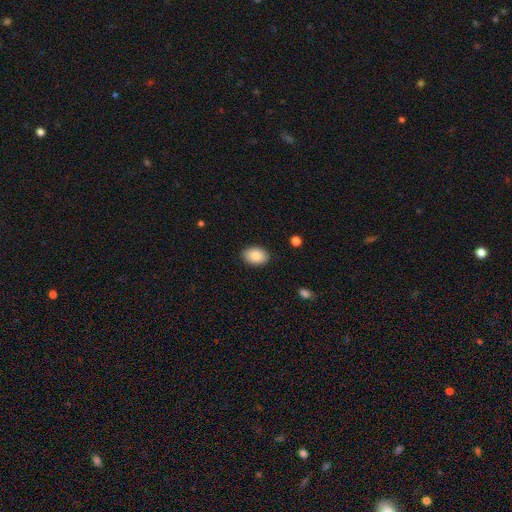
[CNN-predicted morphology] smooth_or_featured: smooth (p=0.88) [alt: star or artifact p=0.07]
how_rounded: in between (p=0.86) [alt: round p=0.13]
merging: none (p=0.88) [alt: minor disturbance p=0.09]